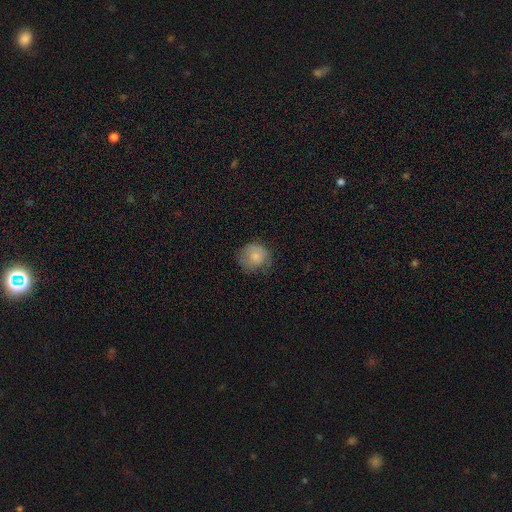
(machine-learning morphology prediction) type=smooth (74%); roundness=round (85%); merging=none (59%).